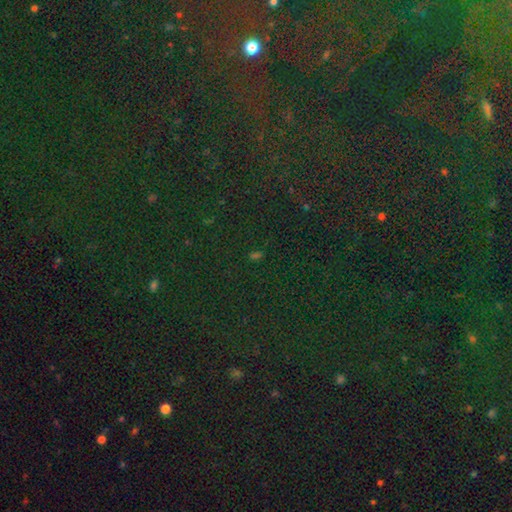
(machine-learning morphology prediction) smooth_or_featured: star or artifact (p=0.68) [alt: smooth p=0.24]